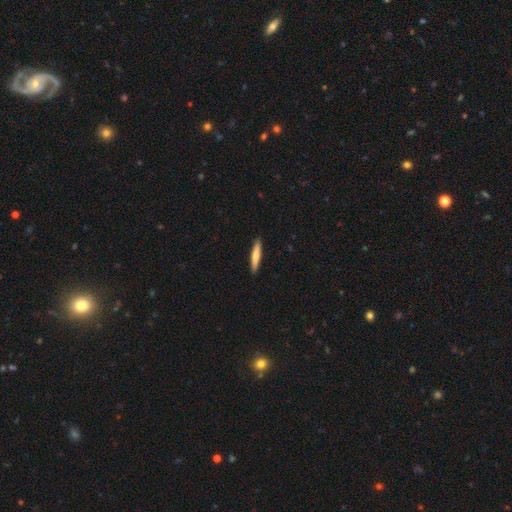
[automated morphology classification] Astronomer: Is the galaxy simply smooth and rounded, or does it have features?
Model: smooth — 68%.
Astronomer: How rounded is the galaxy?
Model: cigar-shaped — 91%.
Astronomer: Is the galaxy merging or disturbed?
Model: none — 91%.